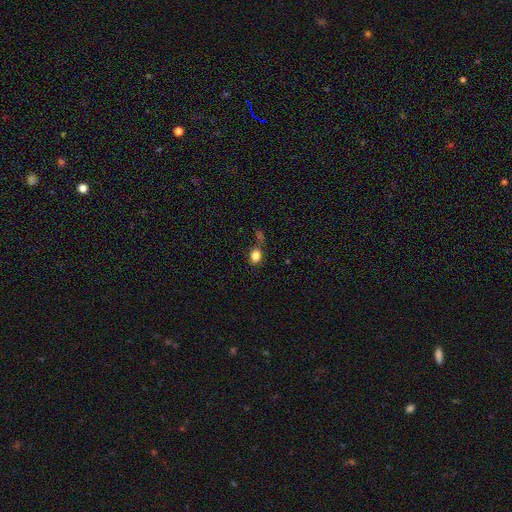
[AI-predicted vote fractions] The model was most divided on "how rounded": round: 60%, in between: 39%, cigar-shaped: 1%. More confident: smooth or featured — smooth (83%); merging — none (65%).